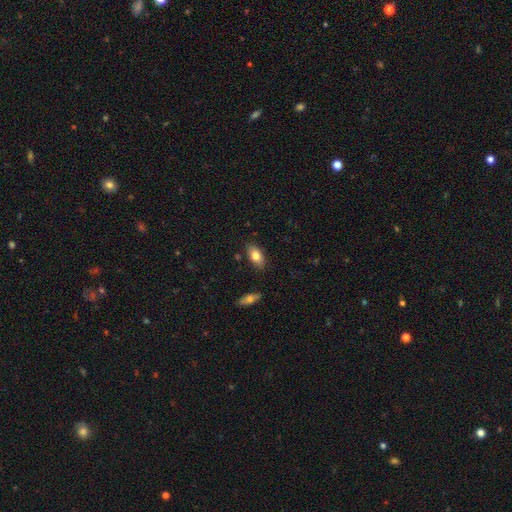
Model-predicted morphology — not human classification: The model was most divided on "smooth or featured": smooth: 79%, featured or disk: 14%, star or artifact: 7%. More confident: how rounded — in between (90%); merging — none (83%).